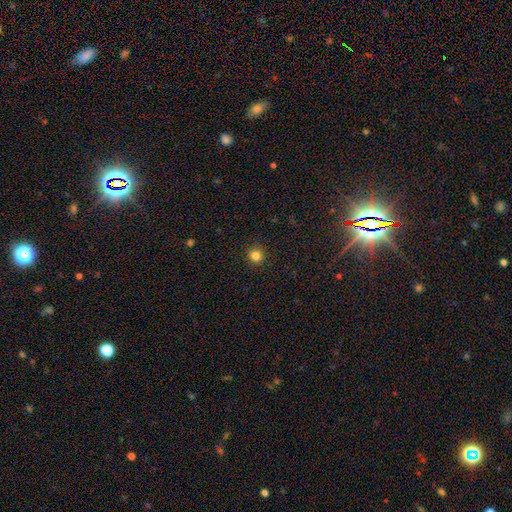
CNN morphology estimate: Q: Smooth or featured?
A: smooth (83%); runner-up: star or artifact (13%)
Q: How rounded?
A: round (95%); runner-up: in between (4%)
Q: Merging?
A: none (93%); runner-up: minor disturbance (5%)